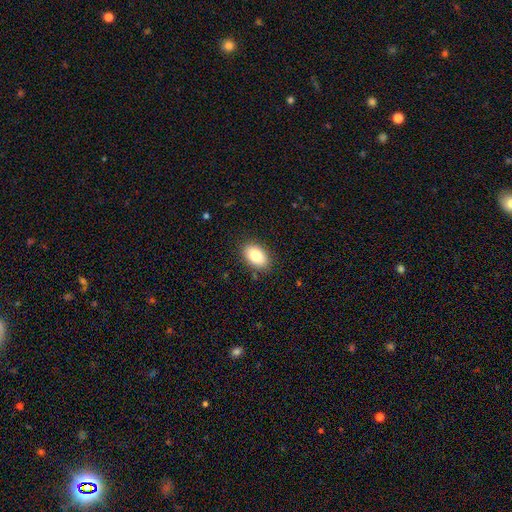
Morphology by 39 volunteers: Smooth or featured? 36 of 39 (92%) said smooth. How rounded? 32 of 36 (89%) said in between. Merging? 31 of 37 (84%) said none.